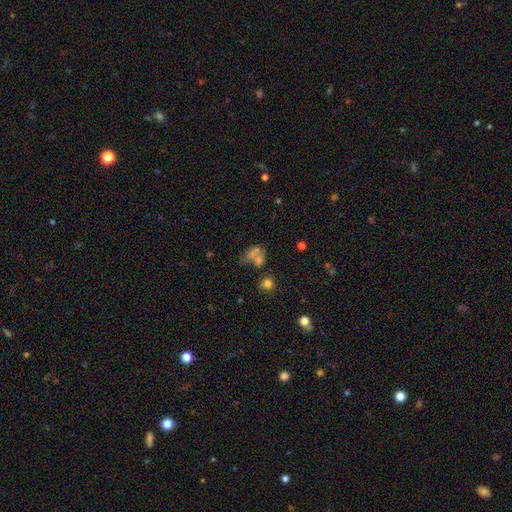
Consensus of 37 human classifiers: A smooth galaxy with no disk features (59%) that is in between round and cigar-shaped (73%).

Vote fractions:
- Smooth or featured? smooth: 59% / featured or disk: 30% / star or artifact: 11%
- How rounded? in between: 73% / round: 27% / cigar-shaped: 0%
- Merging? merger: 52% / major disturbance: 24% / none: 18% / minor disturbance: 6%